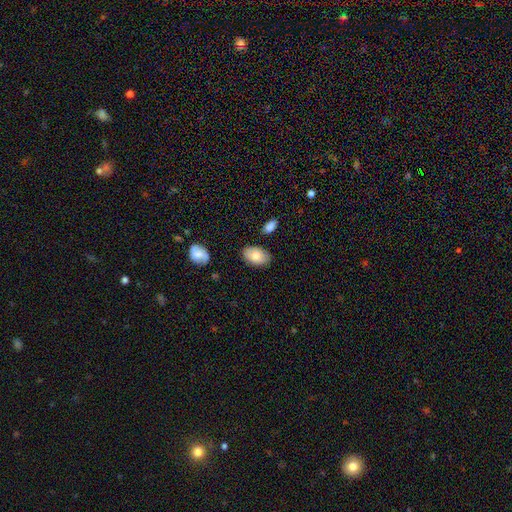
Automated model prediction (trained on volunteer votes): Smooth or featured? Predicted: smooth (p=0.80). How rounded? Predicted: in between (p=0.91). Merging? Predicted: none (p=0.82).